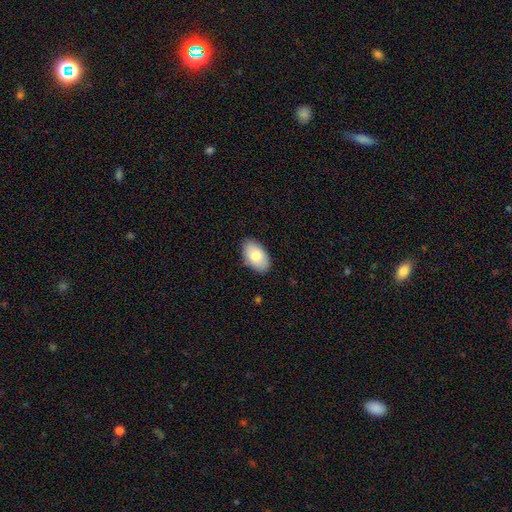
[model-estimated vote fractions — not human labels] This appears to be a smooth galaxy with no disk features (81%) that is in between round and cigar-shaped (94%). Merging: none (85%).